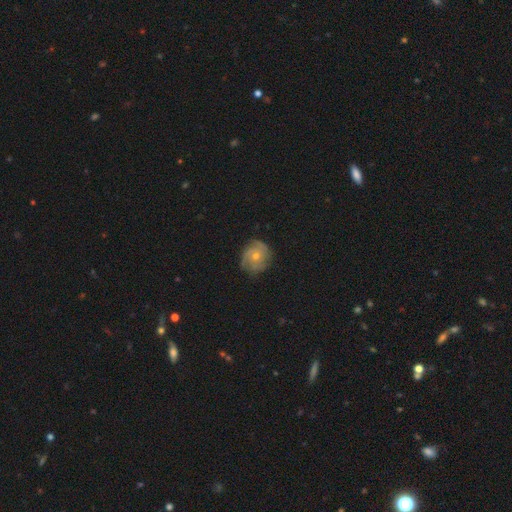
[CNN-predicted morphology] A featured or disk galaxy (62%) with no bar (83%), 3 (31%, tied with can't tell) tight (55%) spiral arms (86%) and a moderate central bulge (49%). Merging: none (75%).